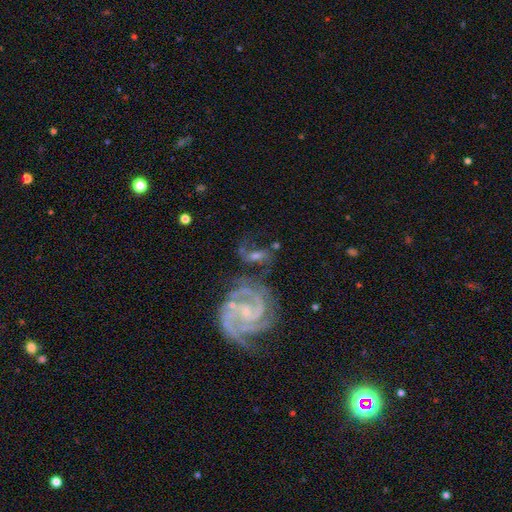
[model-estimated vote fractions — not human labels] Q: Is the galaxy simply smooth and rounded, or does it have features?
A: featured or disk — 80%.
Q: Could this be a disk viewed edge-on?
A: no — 97%.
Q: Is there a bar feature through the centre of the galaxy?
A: no — 49%.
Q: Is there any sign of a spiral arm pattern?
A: yes — 95%.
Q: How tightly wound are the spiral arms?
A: medium — 43%.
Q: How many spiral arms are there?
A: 2 — 72%.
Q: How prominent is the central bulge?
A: small — 68%.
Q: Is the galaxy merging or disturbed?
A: none — 43%.